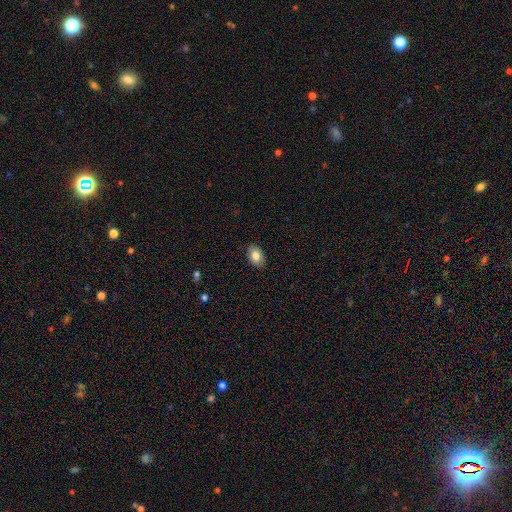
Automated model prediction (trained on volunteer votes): This appears to be a smooth galaxy with no disk features (80%) that is in between round and cigar-shaped (87%). Merging: none (88%).